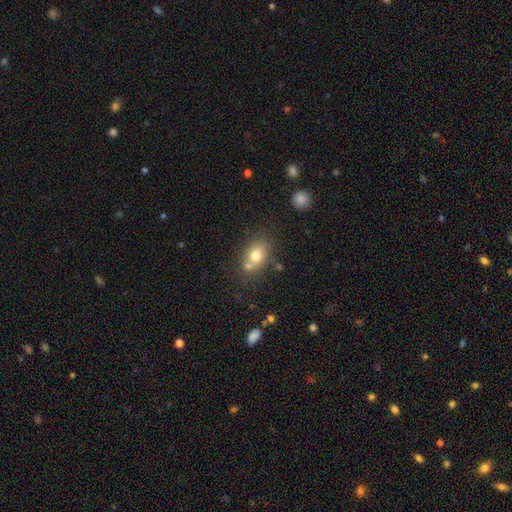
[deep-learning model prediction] Smooth or featured: smooth — 73% (featured or disk — 16%)
How rounded: in between — 66% (round — 32%)
Merging: none — 53% (merger — 28%)